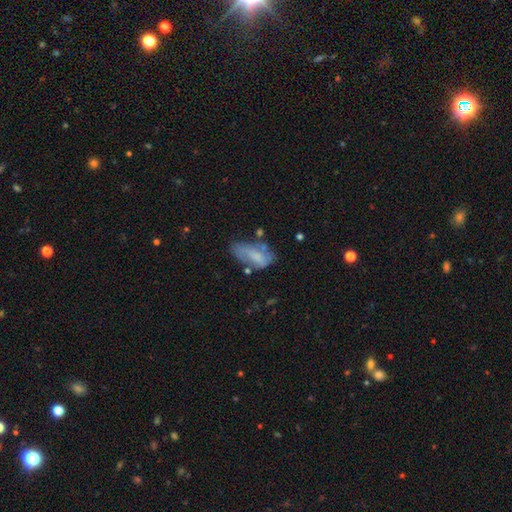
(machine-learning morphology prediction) Smooth or featured? smooth (60%)
How rounded? in between (87%)
Merging? none (39%)